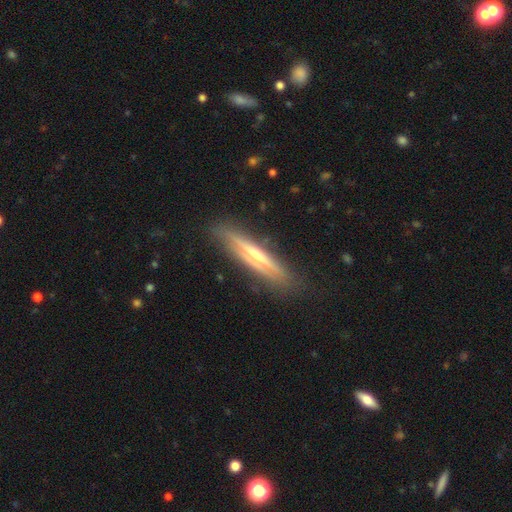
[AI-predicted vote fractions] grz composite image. It shows a featured or disk galaxy (64%) viewed edge-on (93%) with a rounded central bulge (49%). Merging: none (84%).